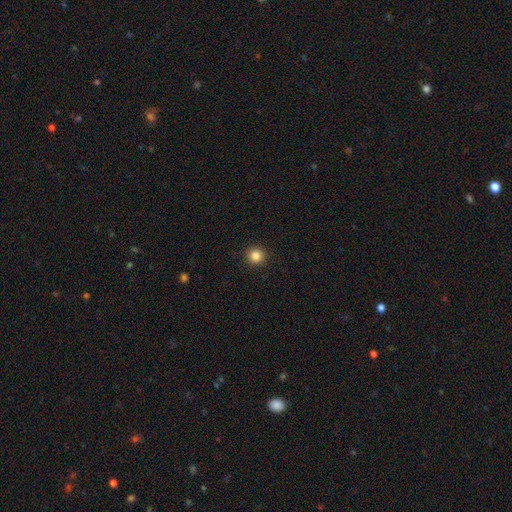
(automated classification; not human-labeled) Smooth or featured? Predicted: smooth (p=0.85). How rounded? Predicted: round (p=0.95). Merging? Predicted: none (p=0.93).